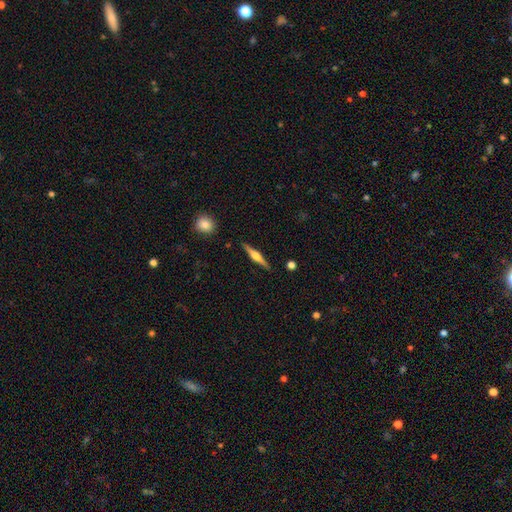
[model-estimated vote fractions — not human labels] Q: Smooth or featured?
A: featured or disk (73%); runner-up: smooth (21%)
Q: Edge-on disk?
A: yes (98%); runner-up: no (2%)
Q: Edge-on bulge?
A: rounded (89%); runner-up: boxy (8%)
Q: Merging?
A: none (90%); runner-up: minor disturbance (7%)